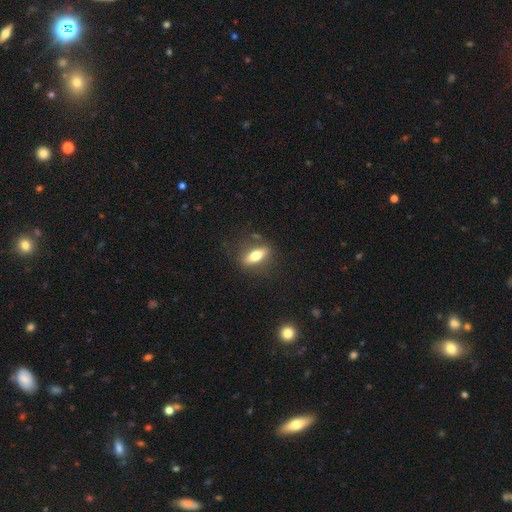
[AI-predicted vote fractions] The model was most divided on "how rounded": in between: 59%, cigar-shaped: 36%, round: 5%. More confident: merging — none (81%); smooth or featured — smooth (64%).